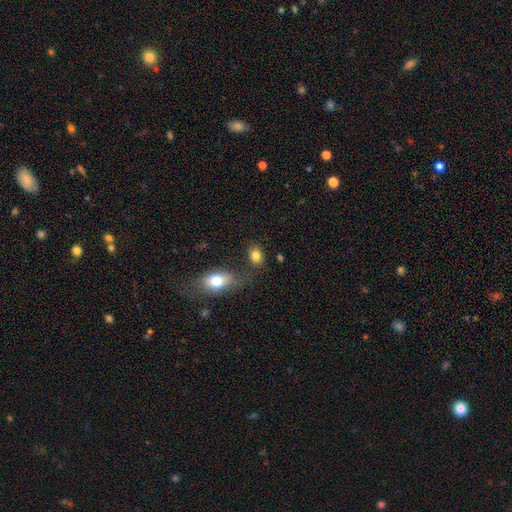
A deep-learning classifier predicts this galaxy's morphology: Q: Smooth or featured?
A: smooth (81%); runner-up: star or artifact (10%)
Q: How rounded?
A: in between (65%); runner-up: round (33%)
Q: Merging?
A: none (70%); runner-up: minor disturbance (13%)